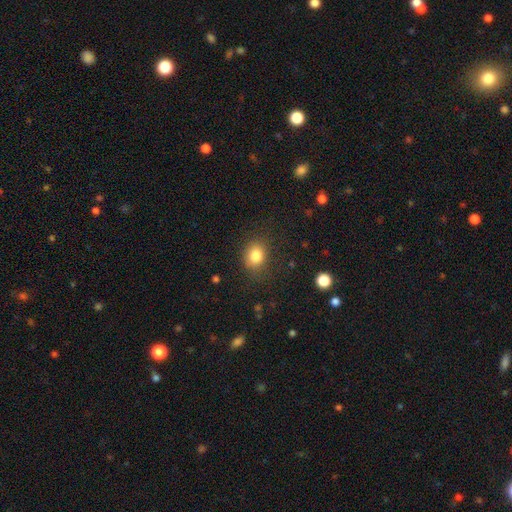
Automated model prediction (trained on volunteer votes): This is clearly a smooth galaxy (83%). How rounded: possibly round (56%). Merging: clearly none (80%).